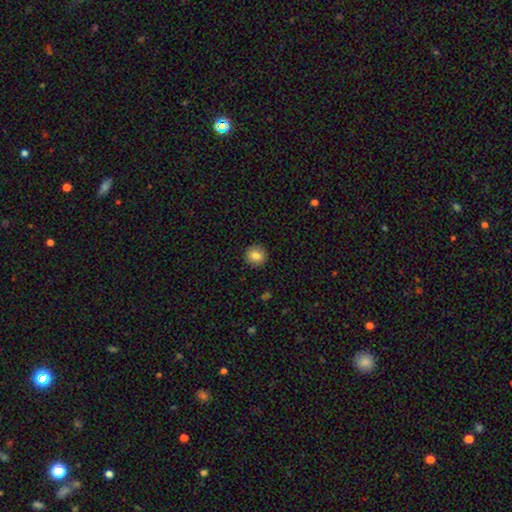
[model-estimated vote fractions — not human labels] Smooth or featured? smooth (84%)
How rounded? round (92%)
Merging? none (92%)